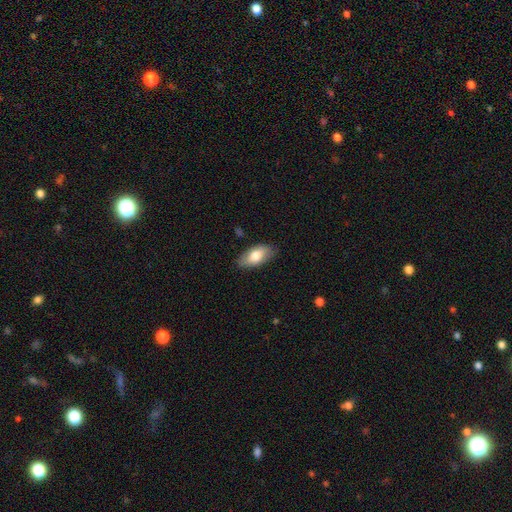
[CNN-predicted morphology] smooth_or_featured: smooth (p=0.73) [alt: featured or disk p=0.21]
how_rounded: in between (p=0.91) [alt: cigar-shaped p=0.06]
merging: none (p=0.83) [alt: minor disturbance p=0.13]